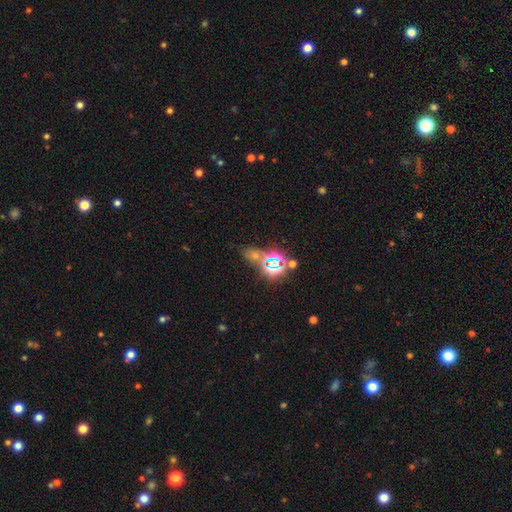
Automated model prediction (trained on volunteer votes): Smooth or featured? star or artifact (70%)